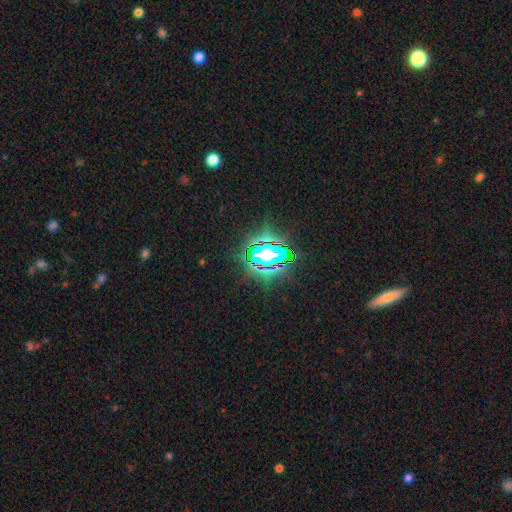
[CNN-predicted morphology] Overall: star or artifact (80%).